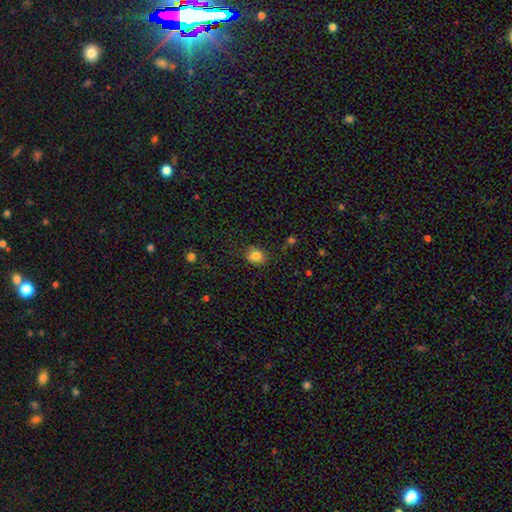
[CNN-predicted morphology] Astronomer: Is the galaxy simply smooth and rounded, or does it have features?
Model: smooth — 80%.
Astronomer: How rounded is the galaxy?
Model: round — 50% (runner-up: in between, 48%).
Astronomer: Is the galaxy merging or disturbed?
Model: none — 74%.